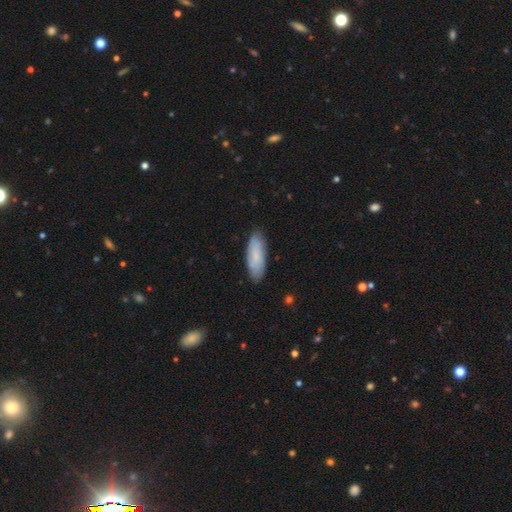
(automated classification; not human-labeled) Morphology: type=smooth (73%); roundness=in between (65%); merging=none (85%).